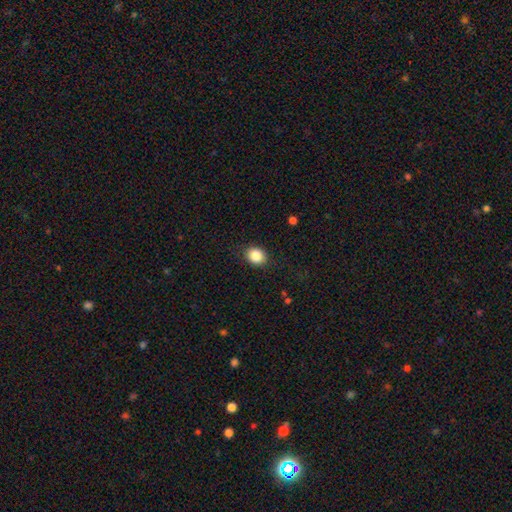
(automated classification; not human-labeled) smooth-or-featured: smooth: 86% | star or artifact: 9% | featured or disk: 5%
  how-rounded: round: 59% | in between: 41% | cigar-shaped: 1%
  merging: none: 87% | minor disturbance: 9% | major disturbance: 3% | merger: 1%